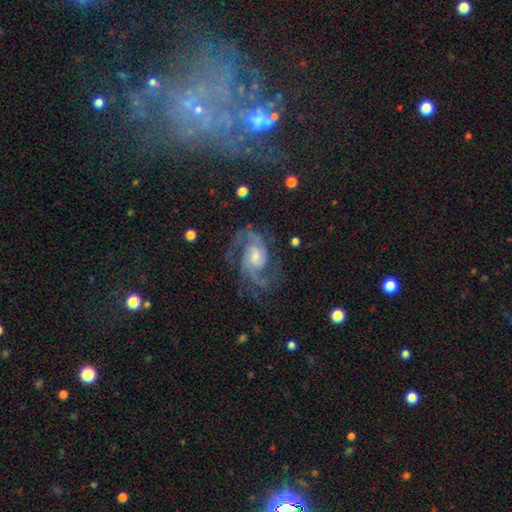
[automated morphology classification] Smooth or featured: featured or disk — 89% (star or artifact — 6%)
Edge-on disk: no — 98% (yes — 2%)
Bar: no — 51% (weak — 40%)
Spiral arms: yes — 98% (no — 2%)
Spiral winding: medium — 56% (tight — 24%)
Spiral arm count: 2 — 58% (3 — 20%)
Bulge size: moderate — 45% (small — 42%)
Merging: none — 69% (minor disturbance — 17%)